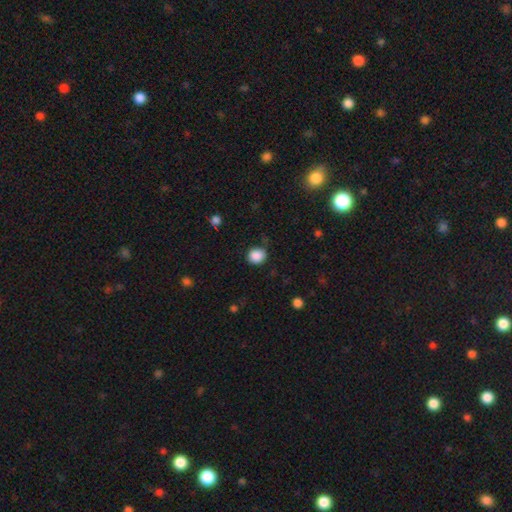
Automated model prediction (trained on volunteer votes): Morphology: type=smooth (88%); roundness=round (82%); merging=none (81%).